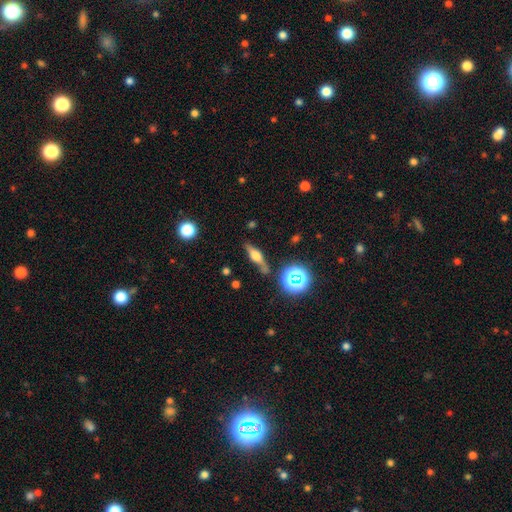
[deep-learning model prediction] smooth-or-featured: featured or disk: 49% | smooth: 38% | star or artifact: 13%
  merging: none: 75% | minor disturbance: 15% | merger: 5% | major disturbance: 5%